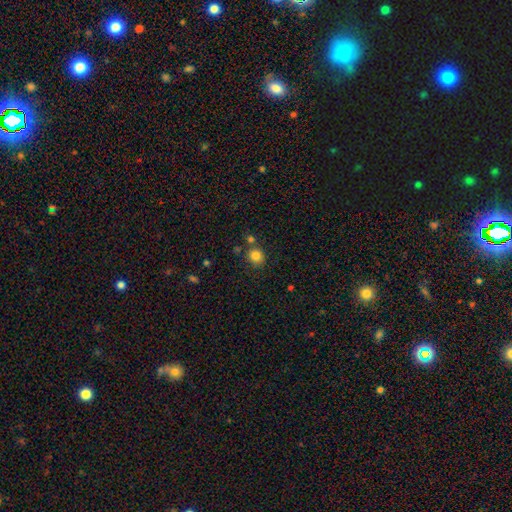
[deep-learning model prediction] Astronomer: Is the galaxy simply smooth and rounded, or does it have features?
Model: smooth — 82%.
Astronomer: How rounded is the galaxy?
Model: round — 79%.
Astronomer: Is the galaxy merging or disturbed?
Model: none — 73%.